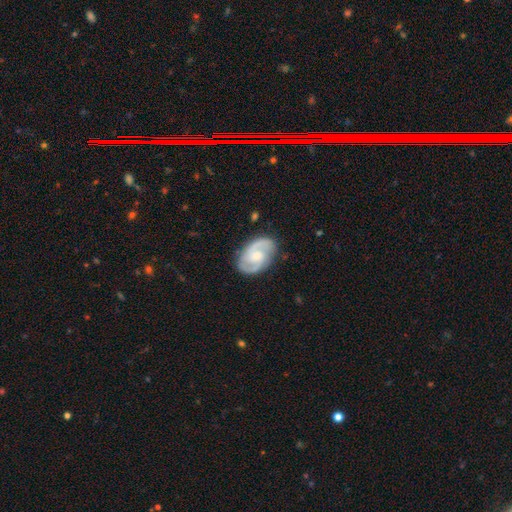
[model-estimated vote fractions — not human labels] This appears to be a featured or disk galaxy (86%) with no bar (51%), 2 (91%) medium (56%) spiral arms (97%) and a moderate central bulge (45%). Merging: none (82%).